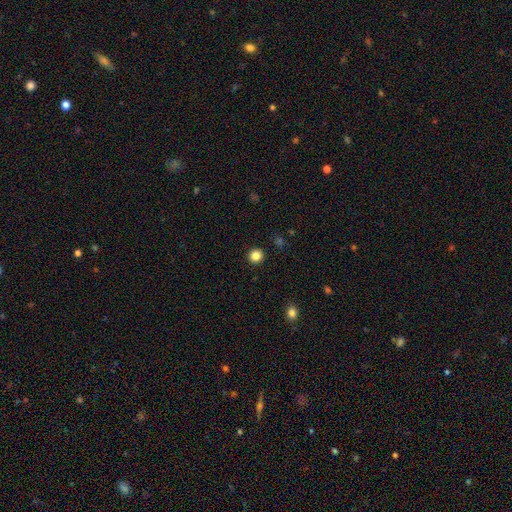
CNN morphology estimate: type=smooth (84%); roundness=round (93%); merging=none (93%).